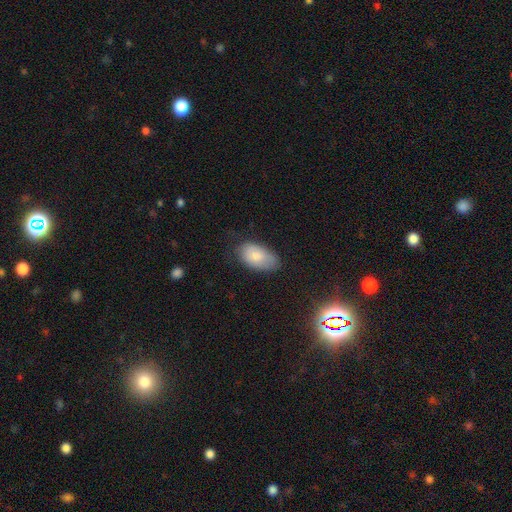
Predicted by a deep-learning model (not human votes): Smooth or featured?
  - smooth: 82% *
  - featured or disk: 12%
  - star or artifact: 7%
How rounded?
  - in between: 94% *
  - round: 5%
  - cigar-shaped: 2%
Merging?
  - none: 66% *
  - minor disturbance: 26%
  - major disturbance: 7%
  - merger: 1%